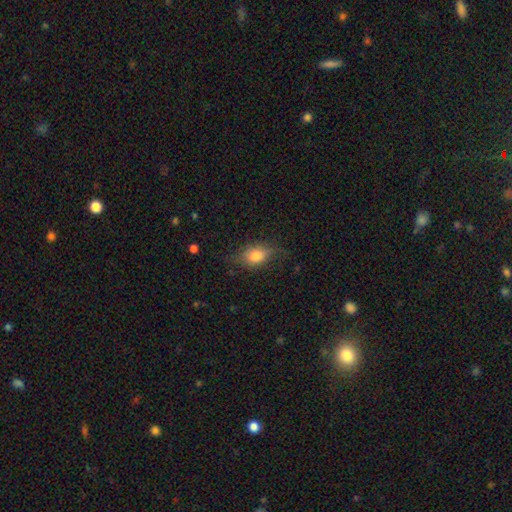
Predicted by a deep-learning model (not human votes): This is likely a smooth galaxy (75%). How rounded: likely in between (76%). Merging: likely none (63%).